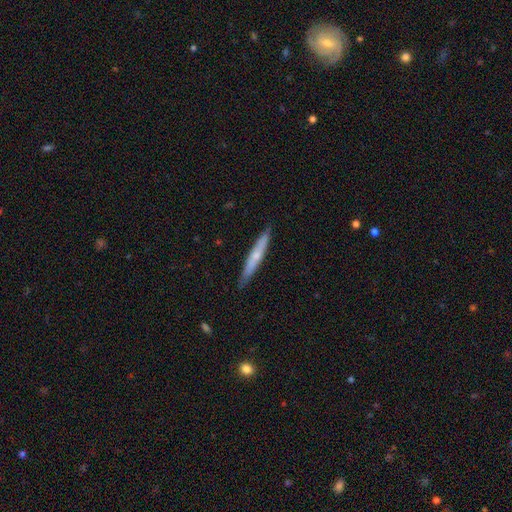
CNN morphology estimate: Smooth or featured? smooth (49%)
Merging? none (88%)